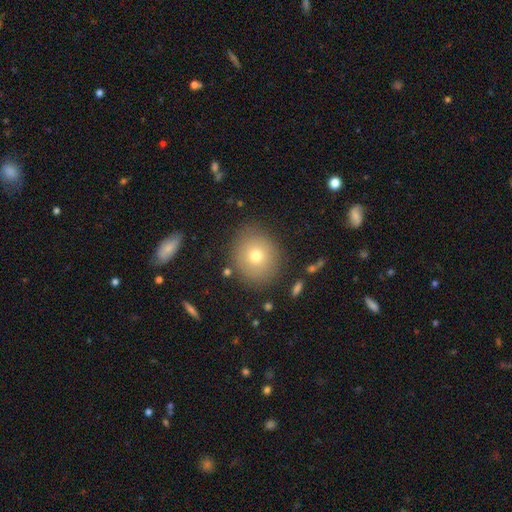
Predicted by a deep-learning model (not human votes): Smooth or featured: smooth — 71% (featured or disk — 16%)
How rounded: round — 81% (in between — 18%)
Merging: none — 84% (minor disturbance — 10%)